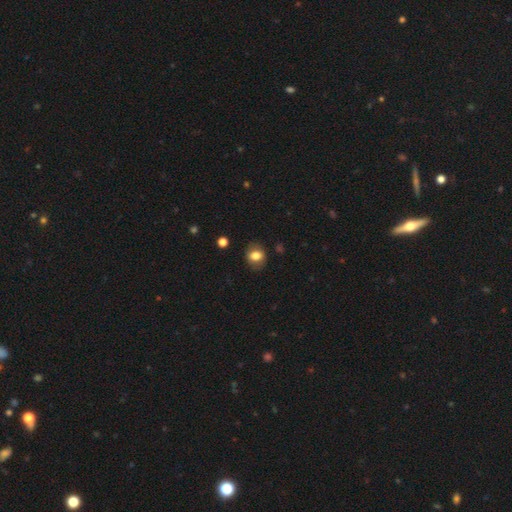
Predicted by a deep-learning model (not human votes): This appears to be a smooth galaxy with no disk features (75%) that is in between round and cigar-shaped (51%). Merging: none (81%).